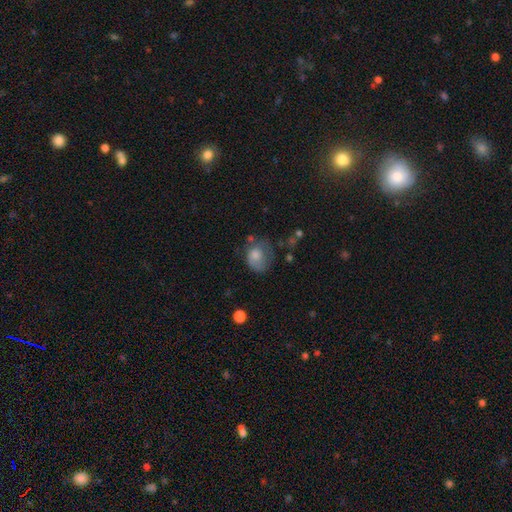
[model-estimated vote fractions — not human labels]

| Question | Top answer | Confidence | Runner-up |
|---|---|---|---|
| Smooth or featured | smooth | 68% | featured or disk (23%) |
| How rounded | round | 63% | in between (36%) |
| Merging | none | 38% | minor disturbance (29%) |